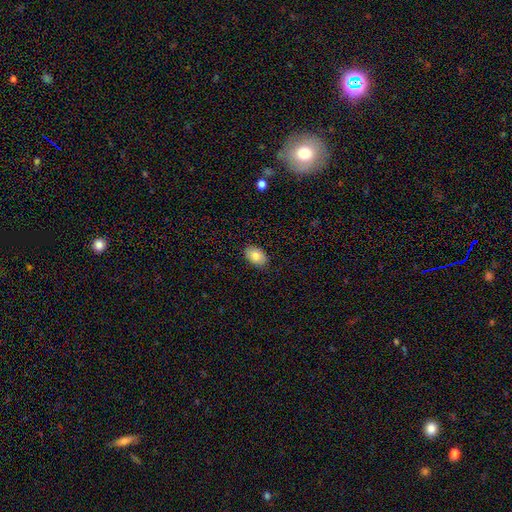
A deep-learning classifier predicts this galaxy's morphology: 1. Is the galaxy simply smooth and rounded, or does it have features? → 80% smooth, 12% featured or disk, 7% star or artifact.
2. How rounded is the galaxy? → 87% in between, 12% round, 1% cigar-shaped.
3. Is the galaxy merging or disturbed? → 87% none, 10% minor disturbance, 2% major disturbance, 1% merger.